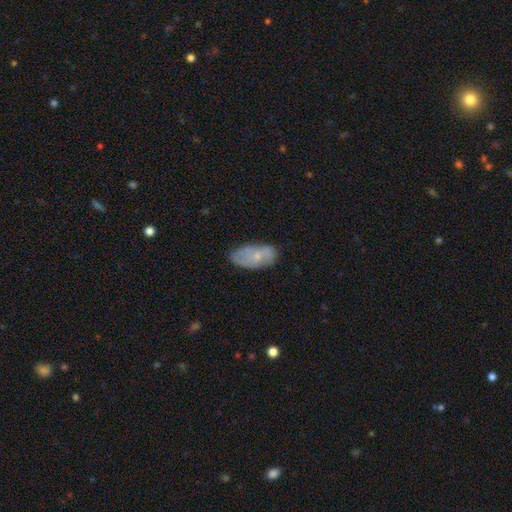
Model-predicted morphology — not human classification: A smooth galaxy with no disk features (55%) that is in between round and cigar-shaped (92%). Merging: none (59%).